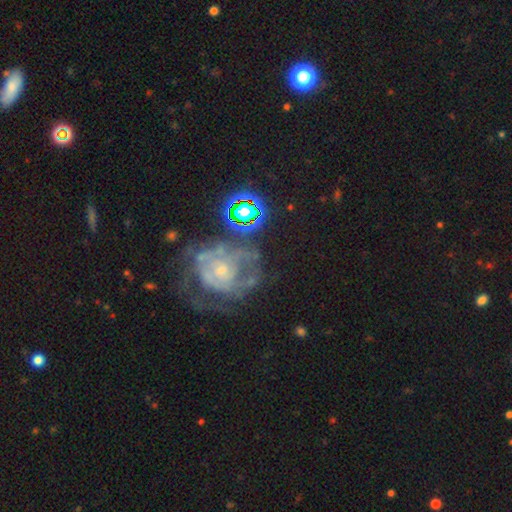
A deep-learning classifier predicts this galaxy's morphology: featured or disk 64%, star or artifact 23%, smooth 13%. Down the decision tree: edge-on disk — no (96%); bar — no (69%); spiral arms — yes (86%); spiral arm count — can't tell (41%); spiral winding — tight (67%); bulge size — small (70%); merging — none (66%).